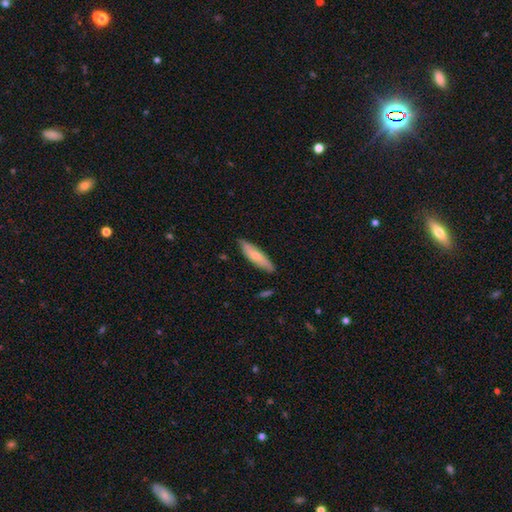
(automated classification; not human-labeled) A smooth galaxy with no disk features (66%) that is cigar-shaped (64%).

Vote fractions:
- Smooth or featured? smooth: 66% / featured or disk: 28% / star or artifact: 5%
- How rounded? cigar-shaped: 64% / in between: 35% / round: 2%
- Merging? none: 83% / minor disturbance: 13% / major disturbance: 2% / merger: 1%